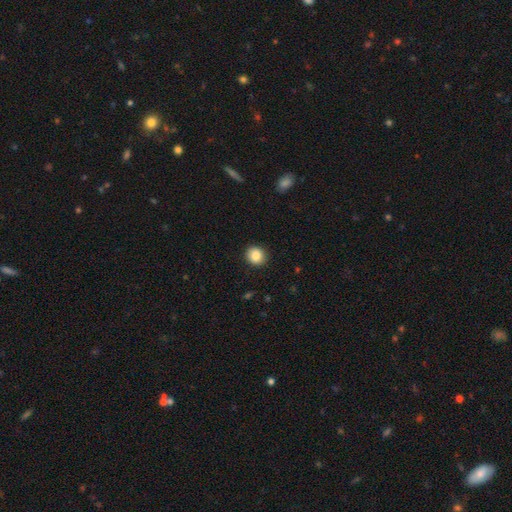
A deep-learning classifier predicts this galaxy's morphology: Smooth or featured? Predicted: smooth (p=0.87). How rounded? Predicted: round (p=0.84). Merging? Predicted: none (p=0.90).